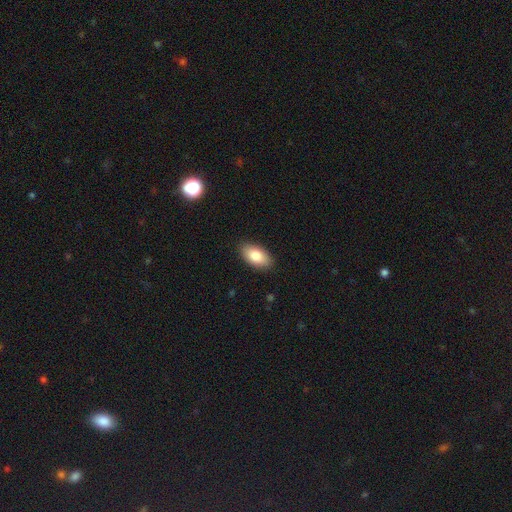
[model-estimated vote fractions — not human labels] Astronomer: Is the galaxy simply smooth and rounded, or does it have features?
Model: smooth — 83%.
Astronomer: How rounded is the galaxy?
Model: in between — 94%.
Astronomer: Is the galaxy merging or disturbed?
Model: none — 88%.